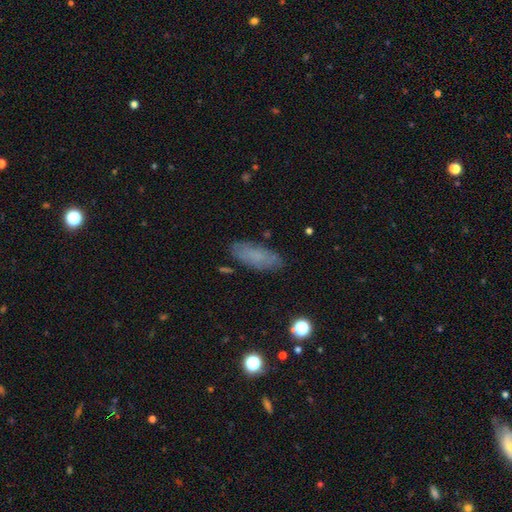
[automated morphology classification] type=smooth (71%); roundness=in between (71%); merging=none (81%).